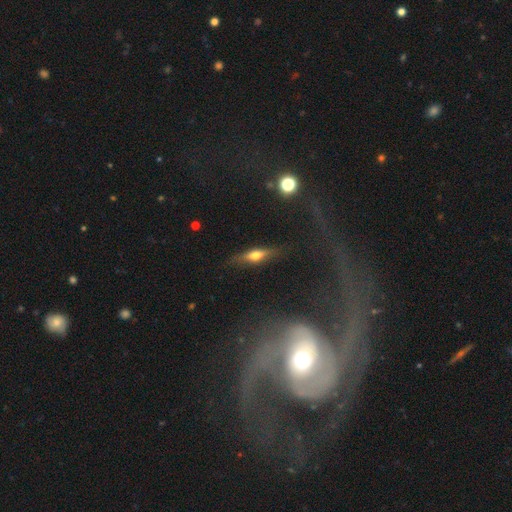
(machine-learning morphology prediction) Overall: featured or disk (48%; smooth 41%). Merging: none (83%).